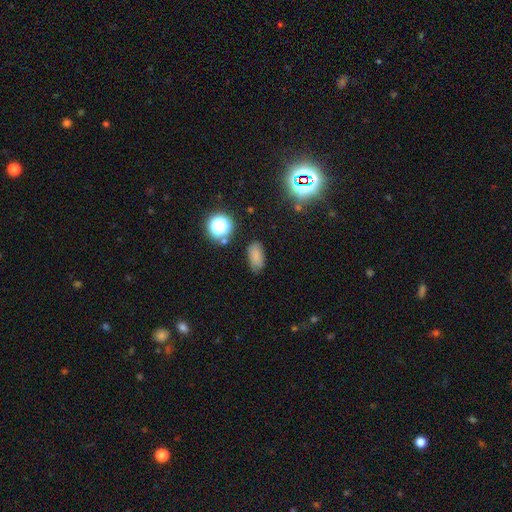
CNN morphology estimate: Overall: smooth (74%). How rounded: in between (88%). Merging: none (73%).